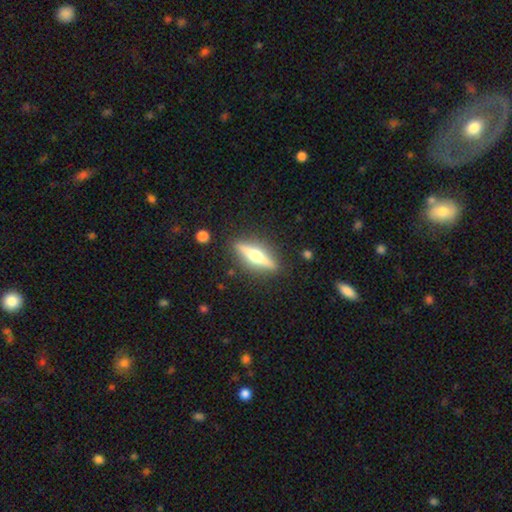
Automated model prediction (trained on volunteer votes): featured or disk 73%, smooth 22%, star or artifact 6%. Down the decision tree: edge-on disk — yes (96%); edge-on bulge — rounded (95%); merging — none (89%).